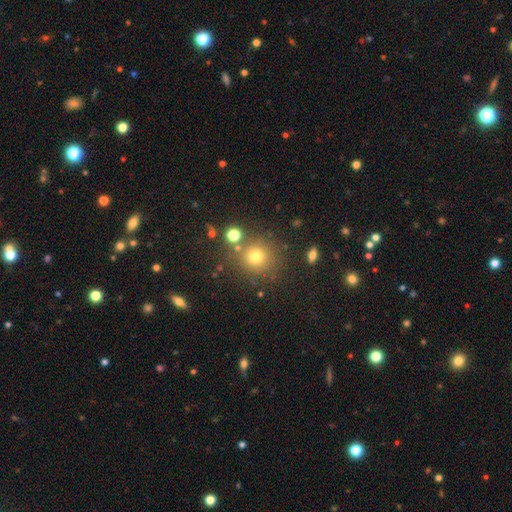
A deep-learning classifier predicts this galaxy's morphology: smooth-or-featured: smooth: 73% | star or artifact: 17% | featured or disk: 9%
  how-rounded: round: 91% | in between: 8% | cigar-shaped: 1%
  merging: none: 78% | minor disturbance: 9% | merger: 9% | major disturbance: 4%